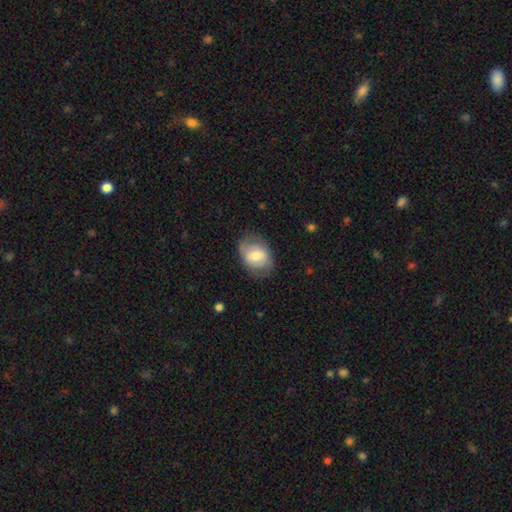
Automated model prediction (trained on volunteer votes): smooth_or_featured: smooth (p=0.61) [alt: featured or disk p=0.33]
how_rounded: in between (p=0.73) [alt: round p=0.26]
merging: none (p=0.69) [alt: minor disturbance p=0.22]